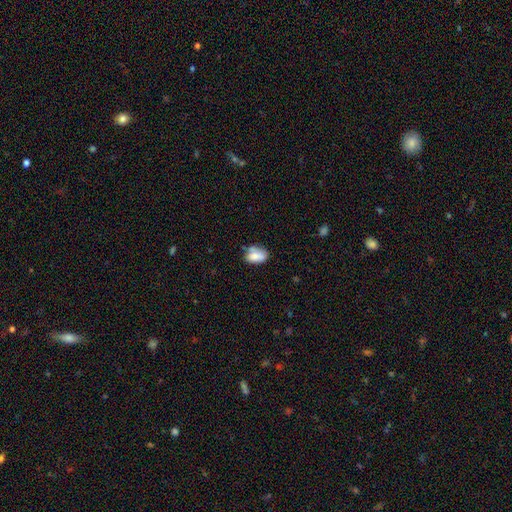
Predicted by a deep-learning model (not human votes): This is likely a smooth galaxy (74%). How rounded: clearly in between (85%). Merging: possibly none (48%).